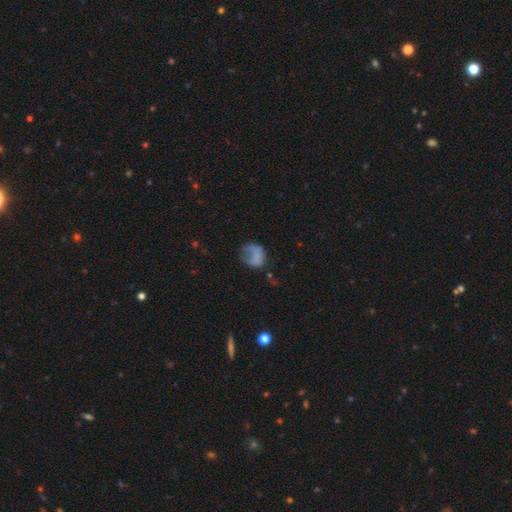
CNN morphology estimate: This is likely a smooth galaxy (64%). How rounded: possibly round (53%). Merging: marginally major disturbance (36%).